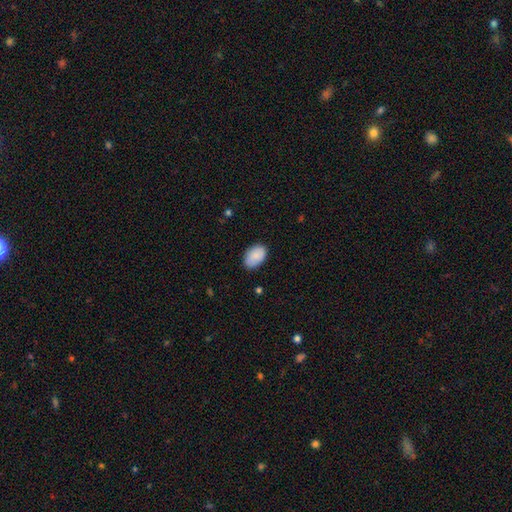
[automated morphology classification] smooth_or_featured: smooth (p=0.86) [alt: featured or disk p=0.08]
how_rounded: in between (p=0.90) [alt: round p=0.09]
merging: none (p=0.80) [alt: minor disturbance p=0.16]